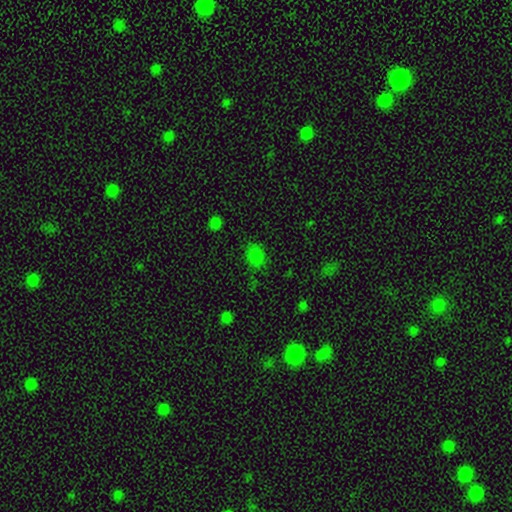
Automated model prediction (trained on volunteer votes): Smooth or featured? Predicted: smooth (p=0.77). How rounded? Predicted: round (p=0.52). Merging? Predicted: none (p=0.78).